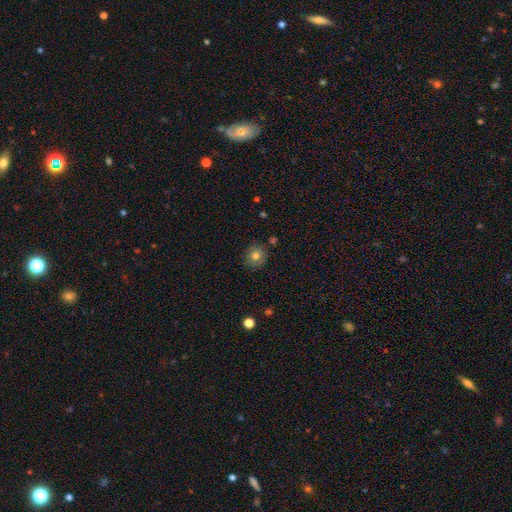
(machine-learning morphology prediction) Overall: smooth (77%). How rounded: round (83%). Merging: none (83%).